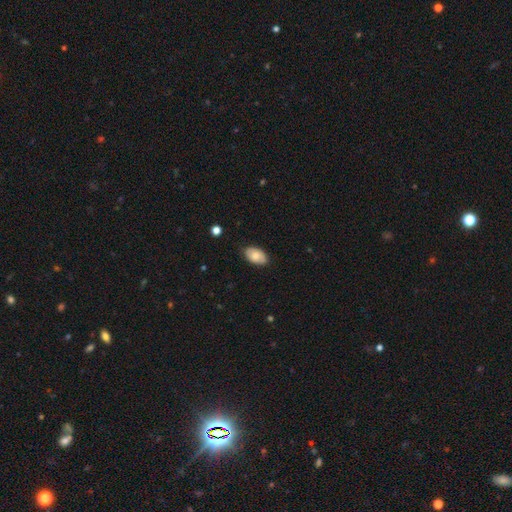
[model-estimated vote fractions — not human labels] Smooth or featured? smooth (75%)
How rounded? in between (93%)
Merging? none (81%)